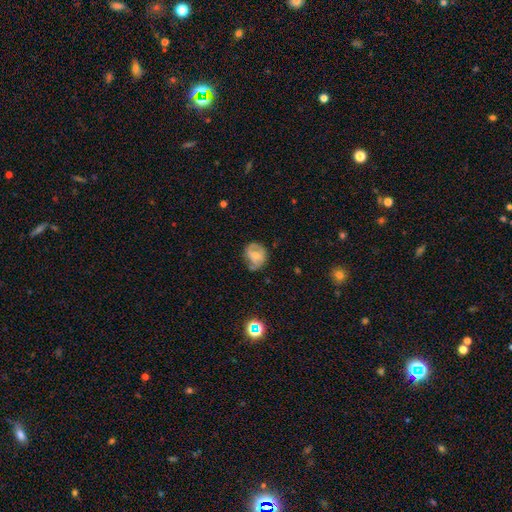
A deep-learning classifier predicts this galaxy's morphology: Smooth or featured?
  - featured or disk: 48% *
  - smooth: 43%
  - star or artifact: 9%
Merging?
  - none: 49% *
  - minor disturbance: 33%
  - major disturbance: 14%
  - merger: 3%